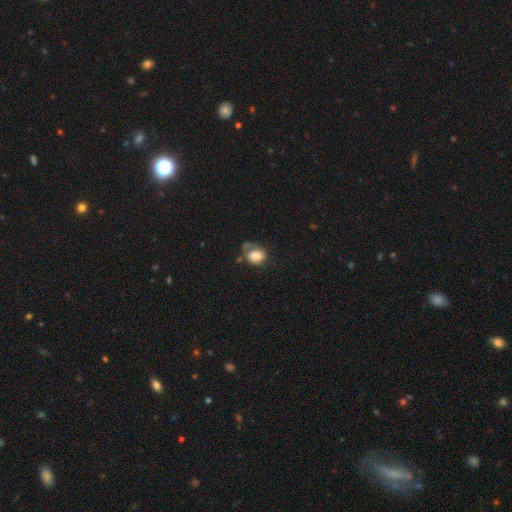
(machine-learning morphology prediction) The model was most divided on "merging": none: 35%, minor disturbance: 28%, major disturbance: 26%, merger: 10%. More confident: smooth or featured — smooth (74%); how rounded — in between (63%).